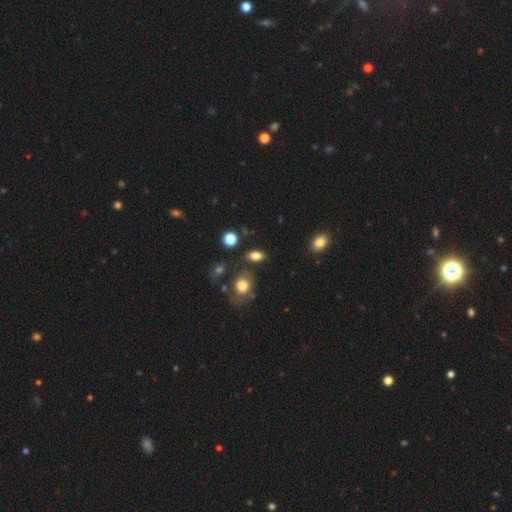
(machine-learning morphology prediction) Smooth or featured? smooth (80%)
How rounded? in between (81%)
Merging? none (76%)